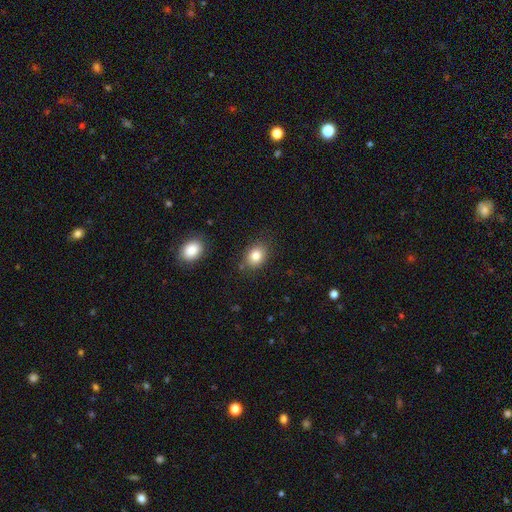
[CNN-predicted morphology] Smooth or featured? Predicted: smooth (p=0.82). How rounded? Predicted: in between (p=0.60). Merging? Predicted: none (p=0.81).